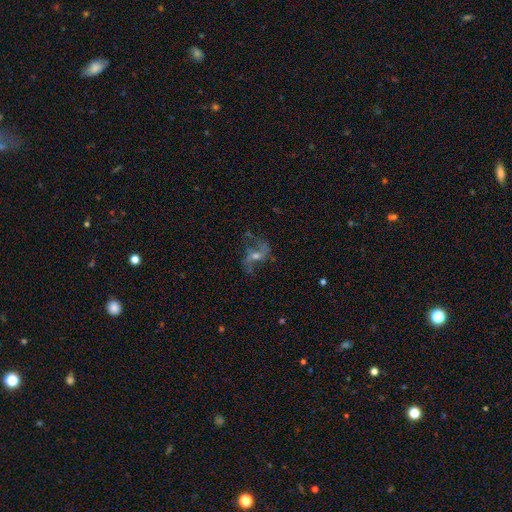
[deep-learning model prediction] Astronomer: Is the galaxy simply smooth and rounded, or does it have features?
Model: featured or disk — 77%.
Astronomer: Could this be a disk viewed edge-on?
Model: no — 95%.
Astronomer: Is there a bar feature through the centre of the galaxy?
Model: no — 43% (runner-up: weak, 39%).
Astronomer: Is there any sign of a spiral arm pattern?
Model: yes — 88%.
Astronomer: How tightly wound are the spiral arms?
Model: loose — 76%.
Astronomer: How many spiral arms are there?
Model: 2 — 86%.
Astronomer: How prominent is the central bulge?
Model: small — 47% (runner-up: moderate, 45%).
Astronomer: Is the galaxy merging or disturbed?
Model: none — 64%.